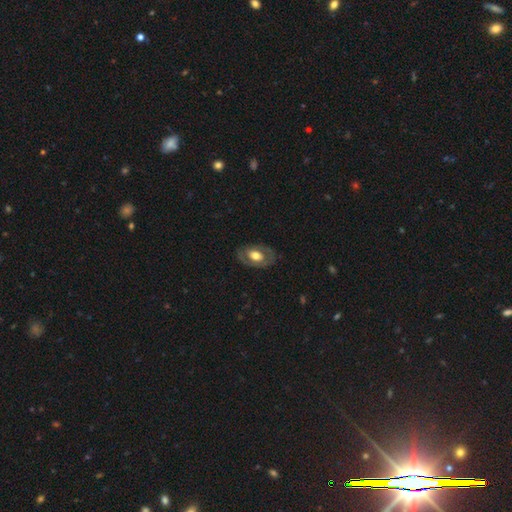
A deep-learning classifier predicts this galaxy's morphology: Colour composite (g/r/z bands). It shows a smooth galaxy with no disk features (48%). Merging: none (79%).